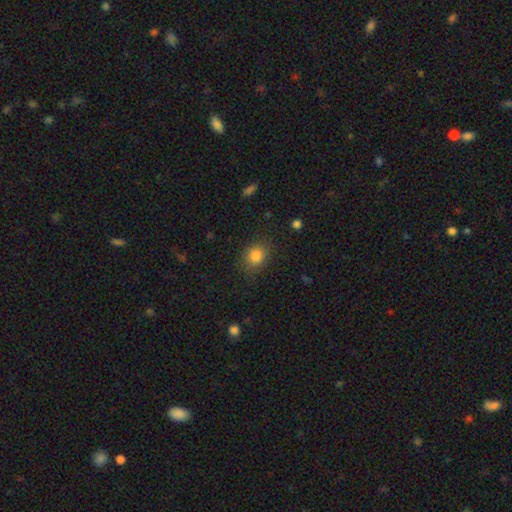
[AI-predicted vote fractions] The model was most divided on "how rounded": round: 62%, in between: 37%, cigar-shaped: 1%. More confident: merging — none (83%); smooth or featured — smooth (83%).